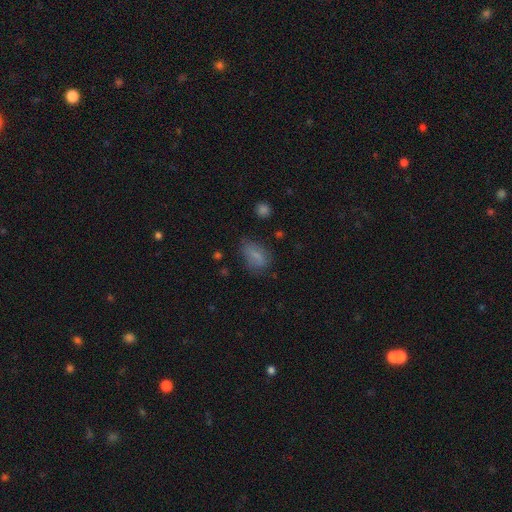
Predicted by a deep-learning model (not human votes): smooth_or_featured: smooth (p=0.72) [alt: featured or disk p=0.17]
how_rounded: in between (p=0.81) [alt: round p=0.12]
merging: none (p=0.62) [alt: minor disturbance p=0.25]